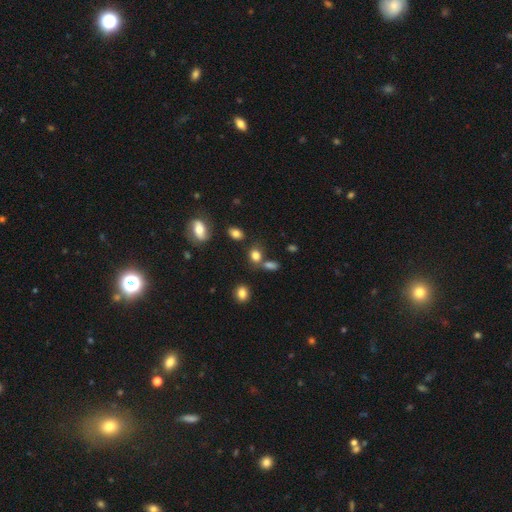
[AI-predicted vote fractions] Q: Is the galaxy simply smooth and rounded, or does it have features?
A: smooth — 80%.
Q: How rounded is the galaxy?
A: in between — 55%.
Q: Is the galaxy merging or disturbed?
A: none — 62%.